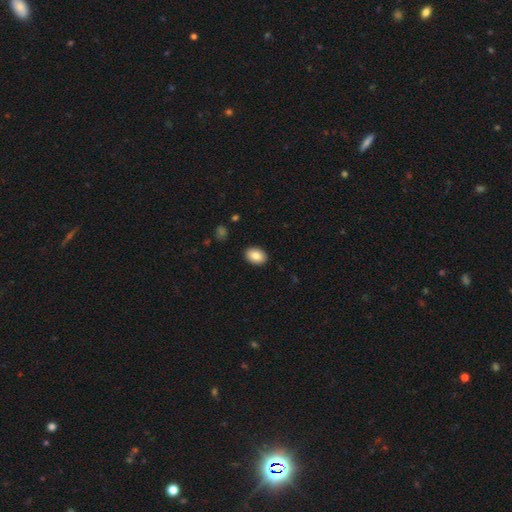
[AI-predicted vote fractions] This appears to be a smooth galaxy with no disk features (85%) that is in between round and cigar-shaped (80%). Merging: none (90%).